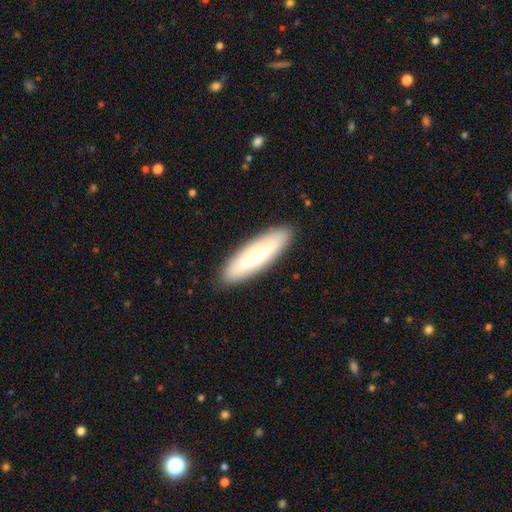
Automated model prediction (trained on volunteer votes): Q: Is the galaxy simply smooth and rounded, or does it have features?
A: smooth — 58%.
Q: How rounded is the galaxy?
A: cigar-shaped — 66%.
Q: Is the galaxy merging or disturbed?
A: none — 90%.